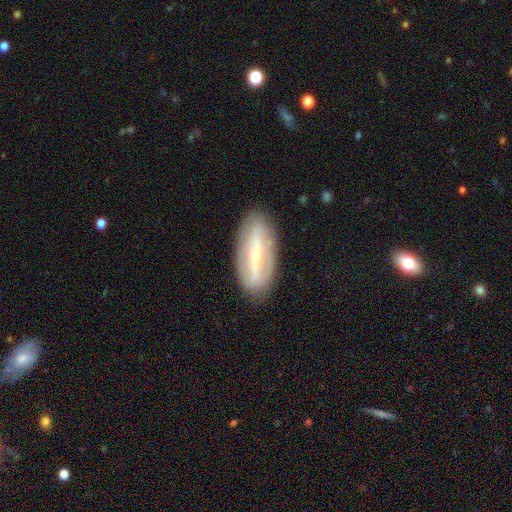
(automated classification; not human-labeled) smooth-or-featured: featured or disk: 75% | smooth: 19% | star or artifact: 6%
  disk-edge-on: no: 81% | yes: 19%
    bar: strong: 64% | weak: 21% | no: 15%
    has-spiral-arms: yes: 57% | no: 43%
    bulge-size: small: 66% | moderate: 31% | large: 1% | none: 1% | dominant: 1%
  merging: none: 84% | minor disturbance: 11% | major disturbance: 3% | merger: 1%